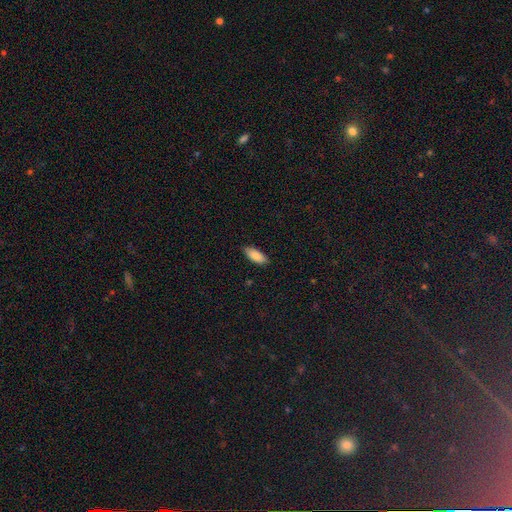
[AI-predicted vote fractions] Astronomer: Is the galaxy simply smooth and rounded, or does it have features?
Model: smooth — 85%.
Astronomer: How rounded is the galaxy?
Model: in between — 79%.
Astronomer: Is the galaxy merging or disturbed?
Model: none — 87%.